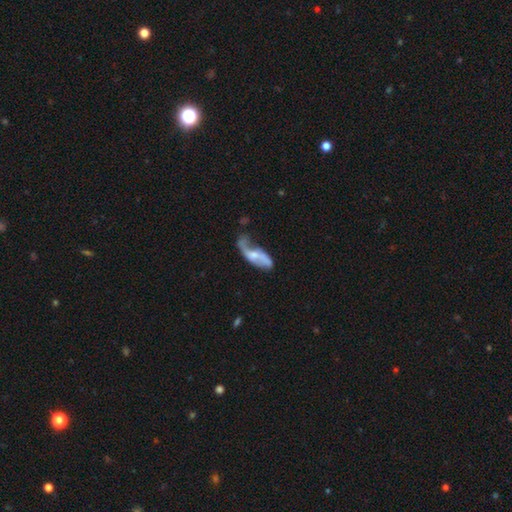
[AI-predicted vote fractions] Overall: featured or disk (65%; smooth 29%). Edge-on disk: no (87%). Bar: no (57%; weak 32%). Spiral arms: yes (77%). Bulge size: small (43%; moderate 42%). Merging: major disturbance (32%; none 31%).